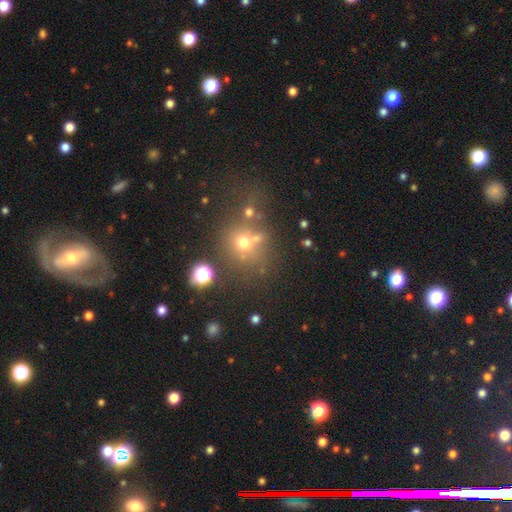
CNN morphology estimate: smooth-or-featured: smooth: 41% | star or artifact: 40% | featured or disk: 19%
  merging: none: 65% | minor disturbance: 14% | merger: 13% | major disturbance: 8%